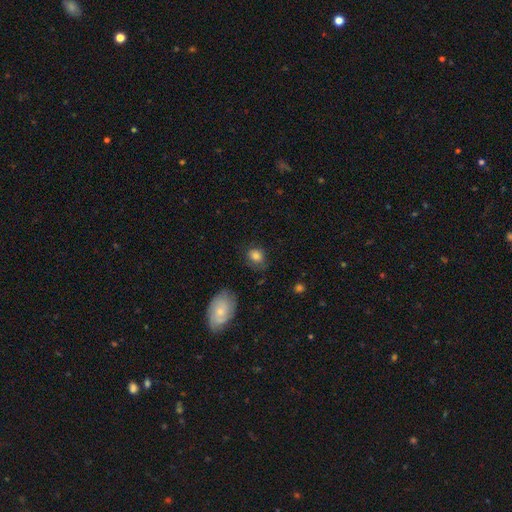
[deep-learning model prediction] Smooth or featured: smooth — 82% (featured or disk — 9%)
How rounded: round — 60% (in between — 39%)
Merging: none — 68% (minor disturbance — 22%)